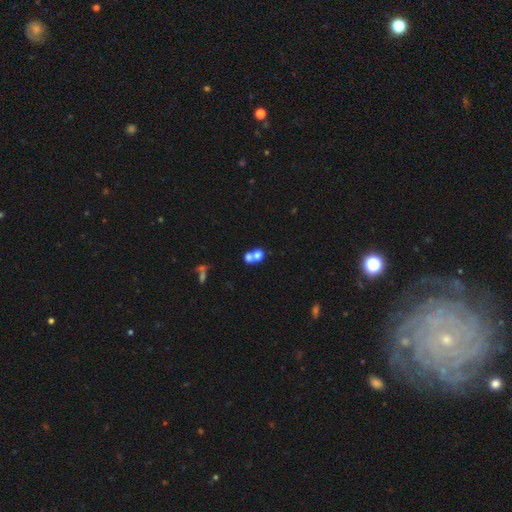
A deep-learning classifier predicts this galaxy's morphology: smooth-or-featured: smooth: 71% | featured or disk: 17% | star or artifact: 12%
  how-rounded: round: 61% | in between: 37% | cigar-shaped: 2%
  merging: merger: 64% | none: 26% | minor disturbance: 6% | major disturbance: 4%